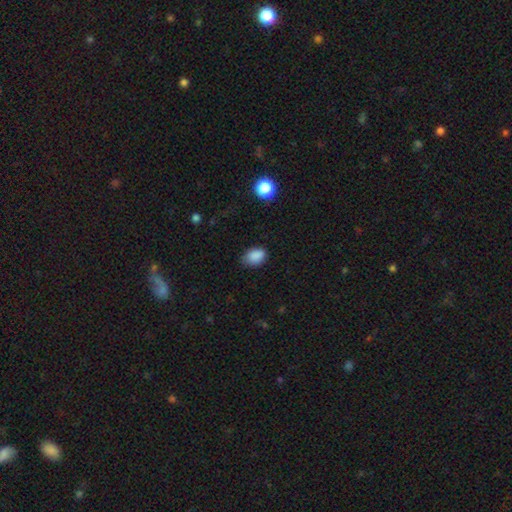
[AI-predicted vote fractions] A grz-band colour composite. It shows a smooth galaxy with no disk features (87%) that is in between round and cigar-shaped (82%). Merging: none (68%).